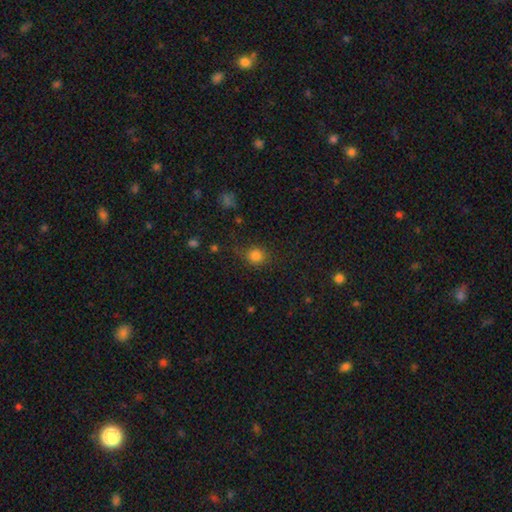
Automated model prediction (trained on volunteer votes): smooth 80%, star or artifact 14%, featured or disk 6%. Down the decision tree: how rounded — round (83%); merging — none (75%).